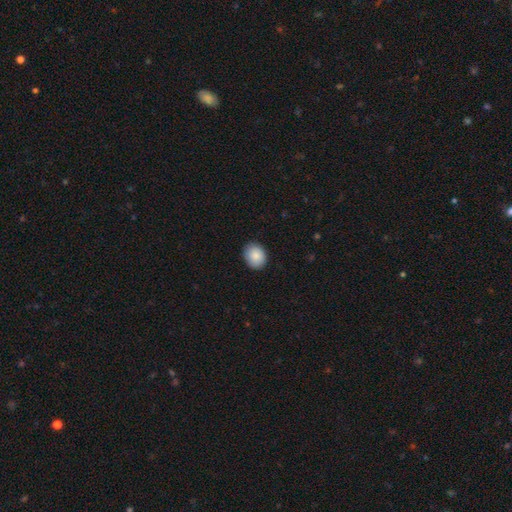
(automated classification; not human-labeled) Smooth or featured: smooth — 88% (star or artifact — 7%)
How rounded: round — 56% (in between — 43%)
Merging: none — 88% (minor disturbance — 9%)